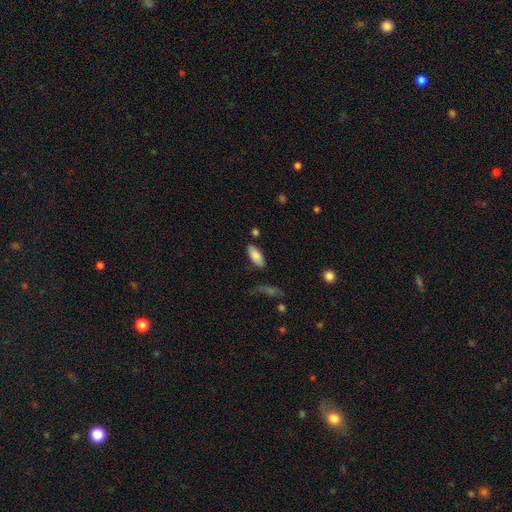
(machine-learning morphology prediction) Q: Smooth or featured?
A: smooth (85%); runner-up: featured or disk (9%)
Q: How rounded?
A: in between (88%); runner-up: cigar-shaped (10%)
Q: Merging?
A: none (79%); runner-up: minor disturbance (13%)